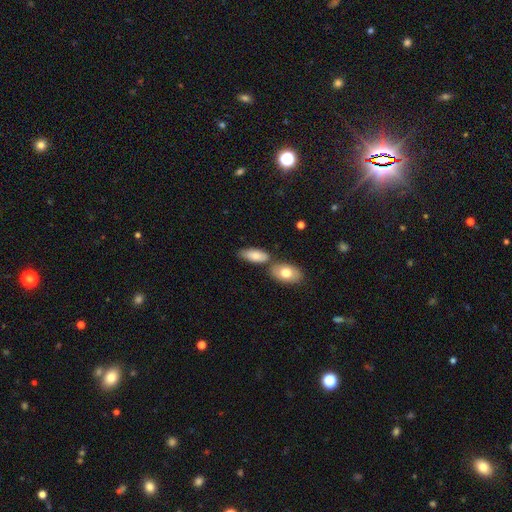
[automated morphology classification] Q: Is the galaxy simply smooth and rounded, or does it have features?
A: smooth — 80%.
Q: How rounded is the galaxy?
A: in between — 87%.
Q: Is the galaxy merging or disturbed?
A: none — 59%.